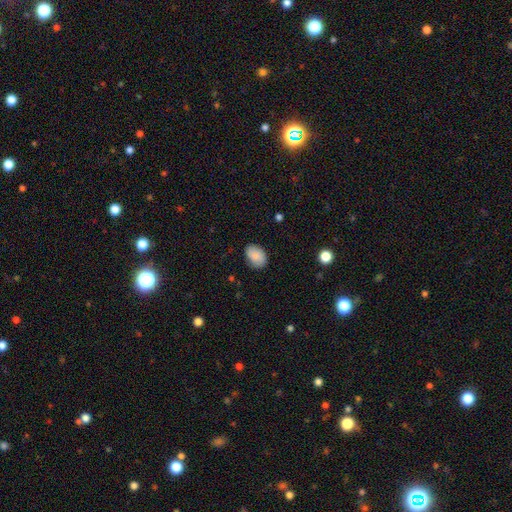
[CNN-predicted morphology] The model was most divided on "how rounded": in between: 82%, round: 17%, cigar-shaped: 1%. More confident: smooth or featured — smooth (86%); merging — none (82%).